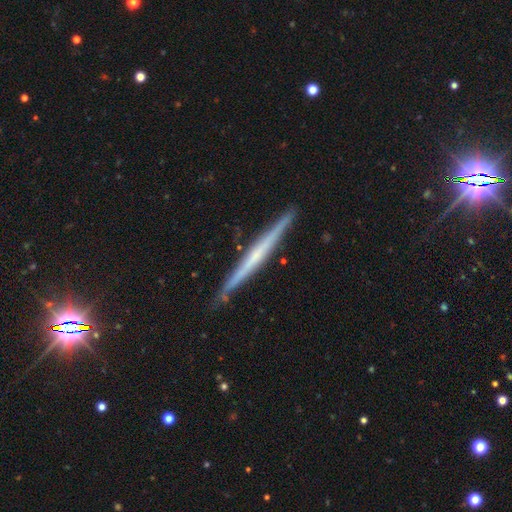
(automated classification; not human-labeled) Smooth or featured? Predicted: featured or disk (p=0.69). Edge-on disk? Predicted: yes (p=0.98). Edge-on bulge? Predicted: none (p=0.68). Merging? Predicted: none (p=0.89).